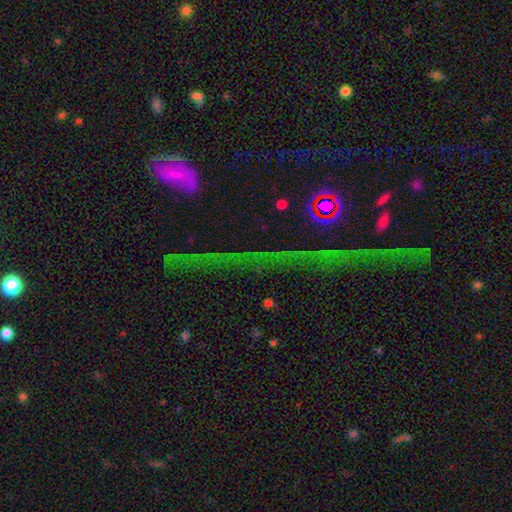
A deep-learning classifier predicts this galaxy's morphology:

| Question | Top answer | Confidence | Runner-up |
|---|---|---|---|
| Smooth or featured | star or artifact | 72% | featured or disk (15%) |